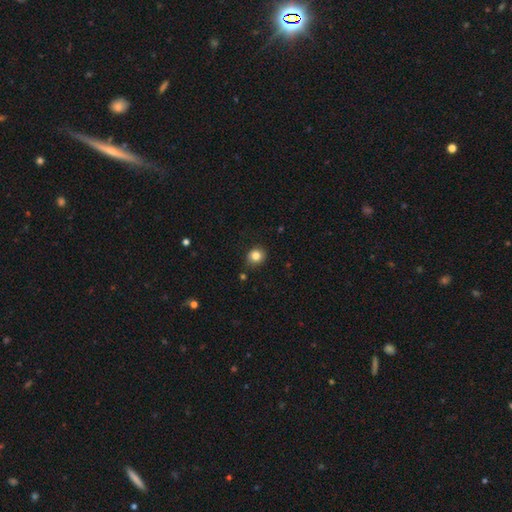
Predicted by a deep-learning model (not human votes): Smooth or featured?
  - smooth: 83% *
  - star or artifact: 11%
  - featured or disk: 6%
How rounded?
  - round: 82% *
  - in between: 17%
  - cigar-shaped: 1%
Merging?
  - none: 85% *
  - minor disturbance: 11%
  - major disturbance: 2%
  - merger: 2%